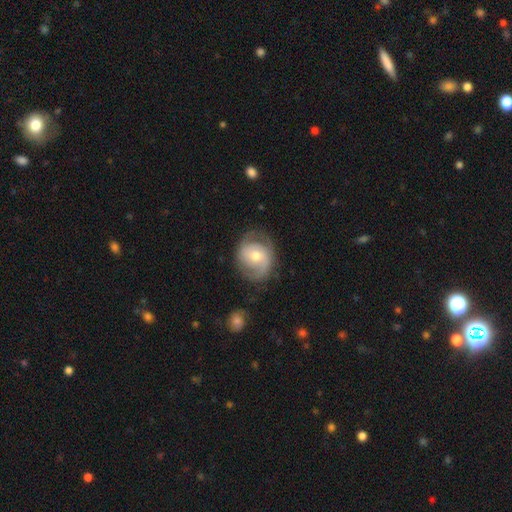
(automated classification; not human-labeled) featured or disk 65%, smooth 29%, star or artifact 6%. Down the decision tree: edge-on disk — no (97%); bar — no (61%); spiral arms — yes (81%); spiral arm count — 2 (72%); spiral winding — medium (43%); bulge size — moderate (67%); merging — none (66%).